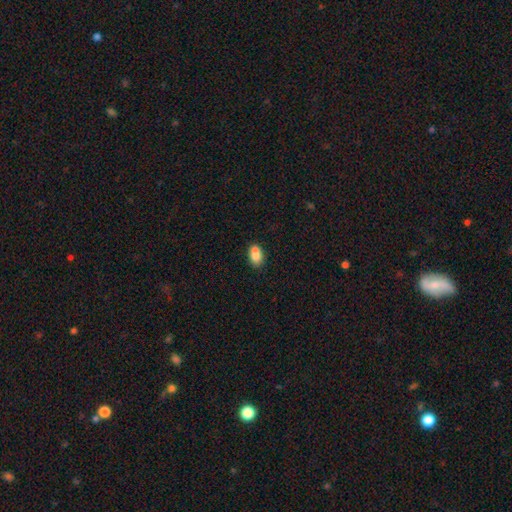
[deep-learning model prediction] The model was most divided on "merging": merger: 45%, none: 40%, minor disturbance: 12%, major disturbance: 4%. More confident: smooth or featured — smooth (75%); how rounded — in between (67%).